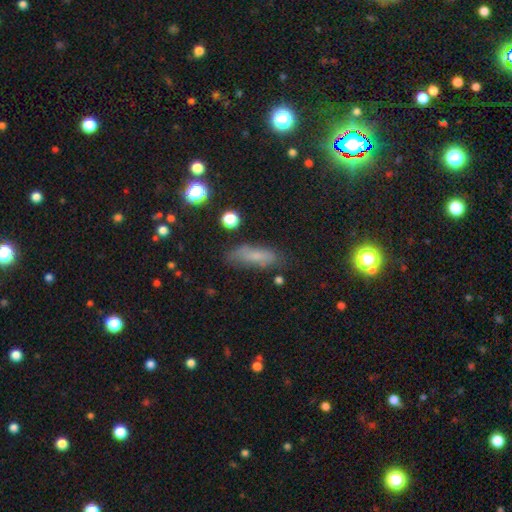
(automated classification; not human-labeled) This appears to be a smooth galaxy with no disk features (64%) that is in between round and cigar-shaped (53%). Merging: none (72%).